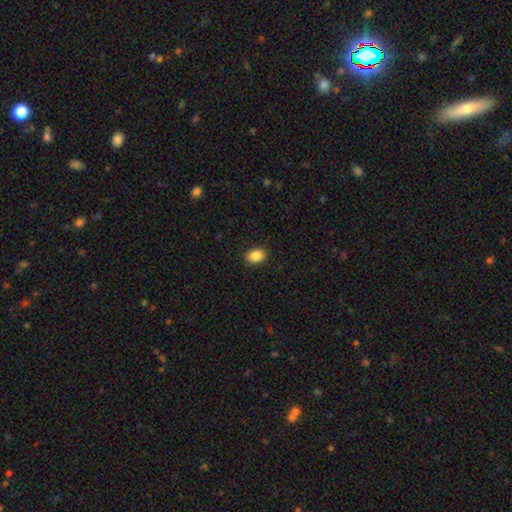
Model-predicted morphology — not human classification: Smooth or featured? Predicted: smooth (p=0.88). How rounded? Predicted: in between (p=0.77). Merging? Predicted: none (p=0.90).